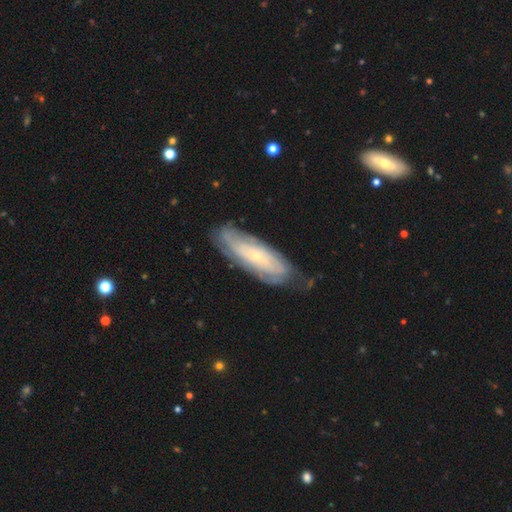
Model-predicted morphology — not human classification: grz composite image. It shows a featured or disk galaxy (70%) with no bar (78%), spiral arms (83%) and a small central bulge (83%). Merging: none (71%).